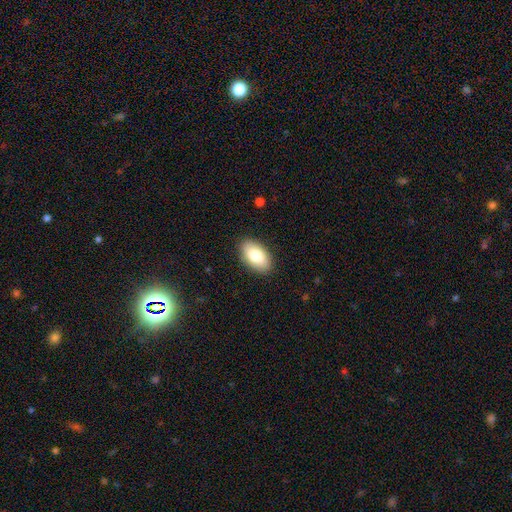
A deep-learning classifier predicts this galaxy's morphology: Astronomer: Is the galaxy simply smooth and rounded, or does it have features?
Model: smooth — 83%.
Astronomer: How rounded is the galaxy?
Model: in between — 94%.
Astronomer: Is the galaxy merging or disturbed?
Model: none — 88%.